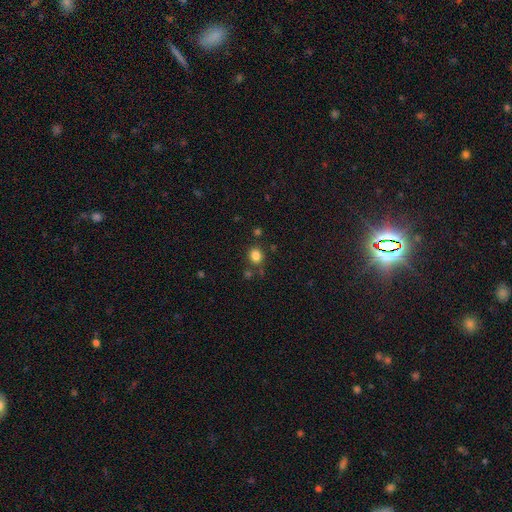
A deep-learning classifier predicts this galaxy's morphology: Smooth or featured? Predicted: smooth (p=0.83). How rounded? Predicted: round (p=0.70). Merging? Predicted: none (p=0.79).